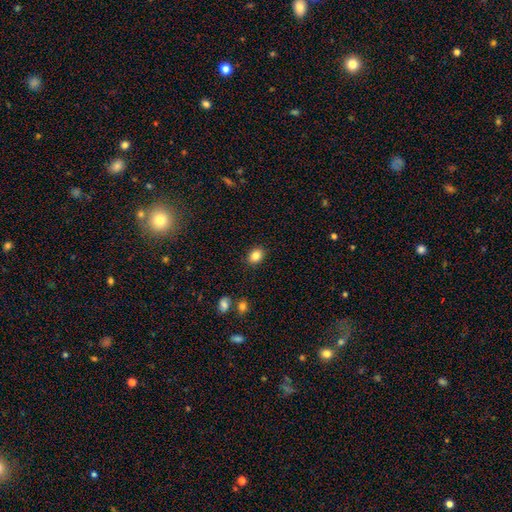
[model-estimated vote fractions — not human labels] This is clearly a smooth galaxy (84%). How rounded: possibly in between (52%). Merging: clearly none (88%).